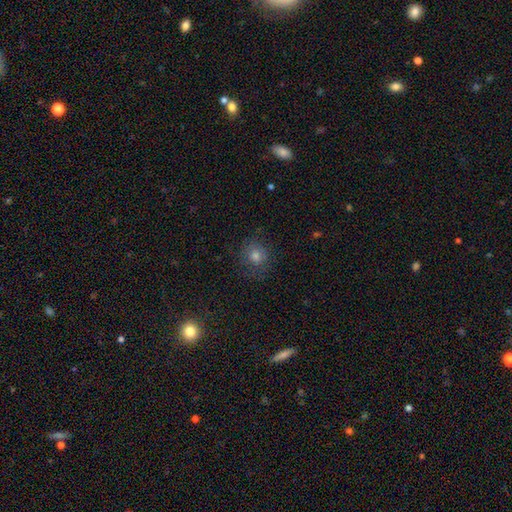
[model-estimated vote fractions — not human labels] Morphology: type=smooth (60%); roundness=round (86%); merging=none (78%).